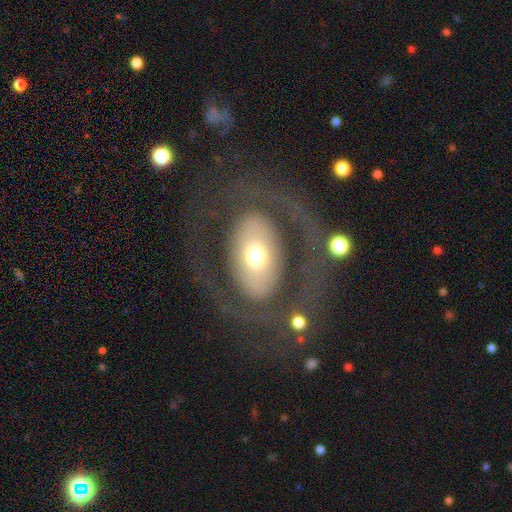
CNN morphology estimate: This appears to be a featured or disk galaxy (55%). Merging: none (63%).